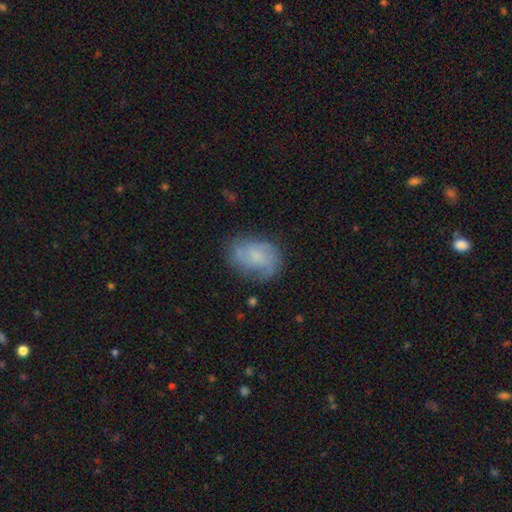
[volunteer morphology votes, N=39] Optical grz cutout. It shows a smooth galaxy with no disk features (59%) that is in between round and cigar-shaped (83%). Merging: none (78%).